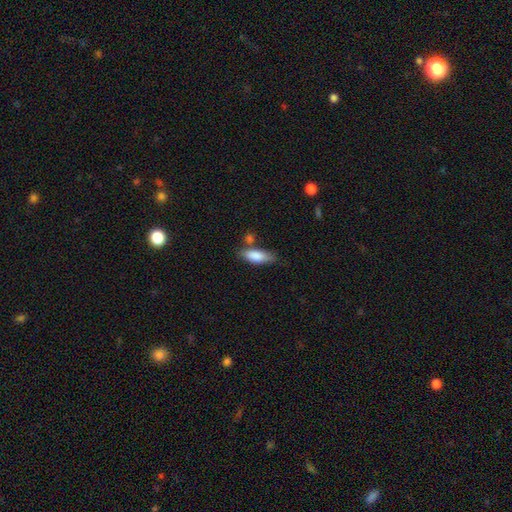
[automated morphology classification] This is clearly a smooth galaxy (83%). How rounded: likely in between (68%). Merging: likely none (64%).